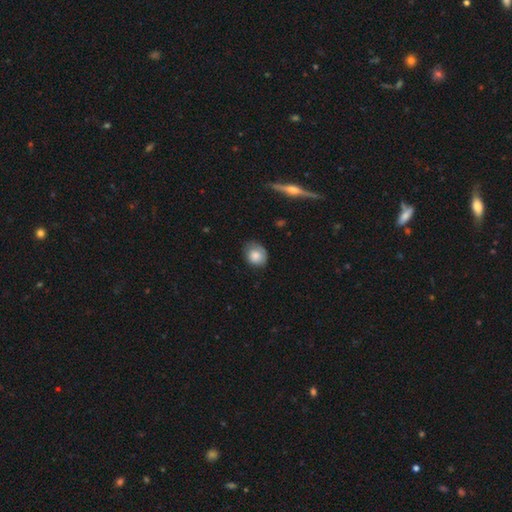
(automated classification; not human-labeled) smooth-or-featured: smooth: 79% | featured or disk: 13% | star or artifact: 8%
  how-rounded: round: 61% | in between: 38% | cigar-shaped: 1%
  merging: none: 62% | minor disturbance: 29% | major disturbance: 7% | merger: 1%